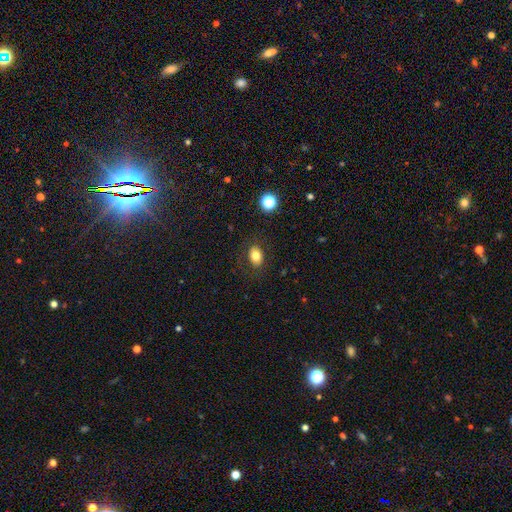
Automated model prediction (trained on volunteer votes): A smooth galaxy with no disk features (79%) that is in between round and cigar-shaped (74%). Merging: none (84%).